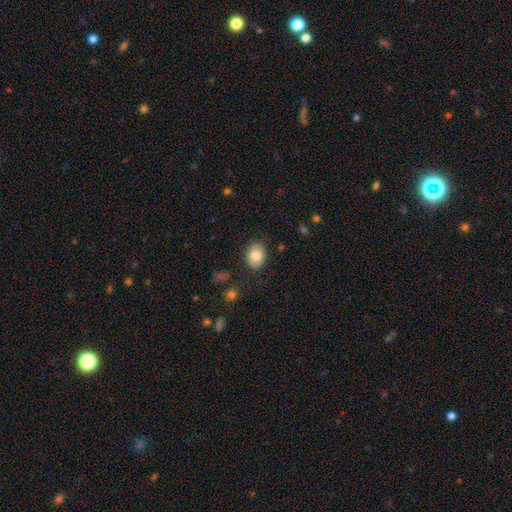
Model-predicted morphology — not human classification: Smooth or featured? smooth (83%)
How rounded? in between (70%)
Merging? none (85%)